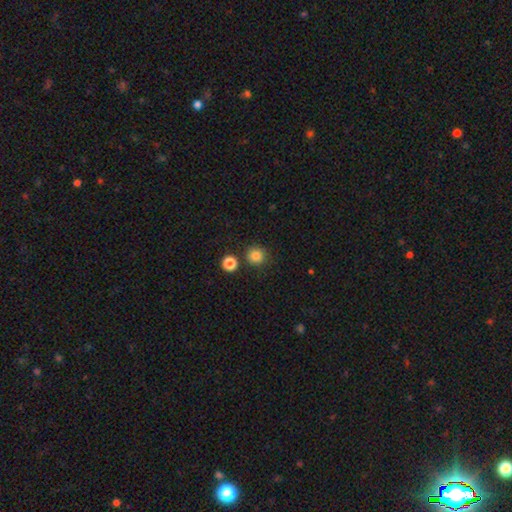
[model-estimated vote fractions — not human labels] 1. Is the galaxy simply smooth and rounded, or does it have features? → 83% smooth, 13% star or artifact, 5% featured or disk.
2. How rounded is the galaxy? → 93% round, 6% in between, 1% cigar-shaped.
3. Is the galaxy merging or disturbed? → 84% none, 7% minor disturbance, 6% merger, 2% major disturbance.